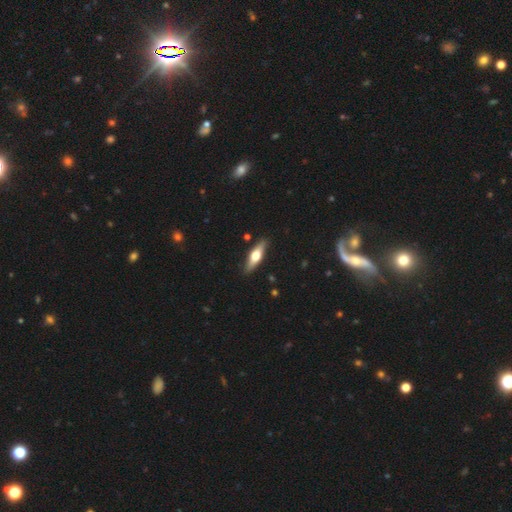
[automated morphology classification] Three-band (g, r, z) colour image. It shows a featured or disk galaxy (49%). Merging: none (88%).